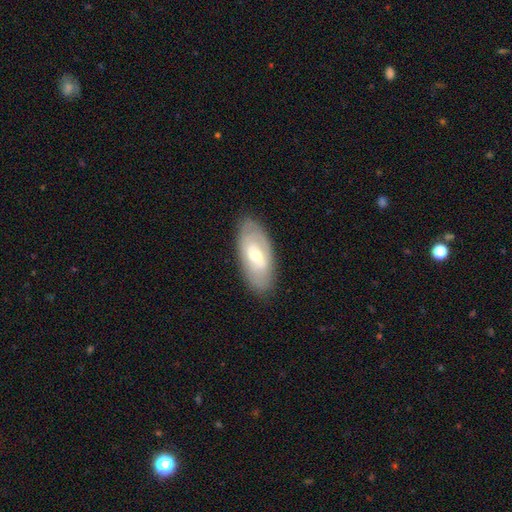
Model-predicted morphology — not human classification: A featured or disk galaxy (56%). Merging: none (84%).